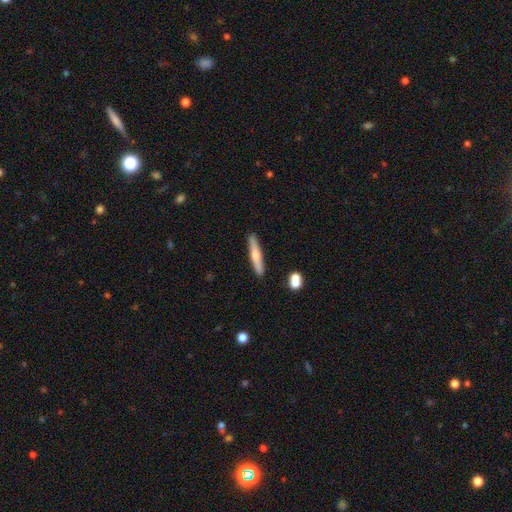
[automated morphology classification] smooth-or-featured: smooth: 54% | featured or disk: 40% | star or artifact: 6%
  how-rounded: cigar-shaped: 91% | in between: 7% | round: 2%
  merging: none: 89% | minor disturbance: 7% | merger: 2% | major disturbance: 2%